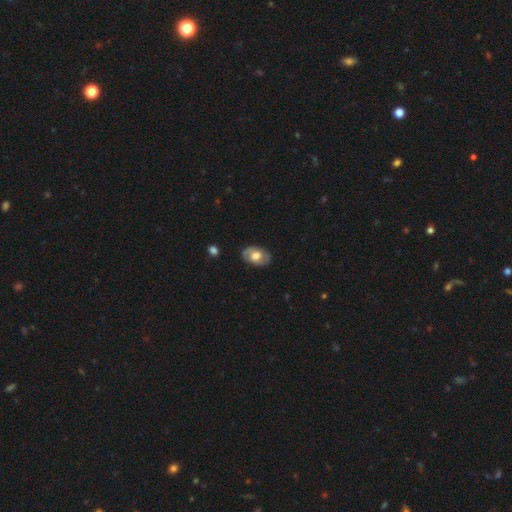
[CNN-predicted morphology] Overall: featured or disk (49%; smooth 44%). Merging: none (81%).